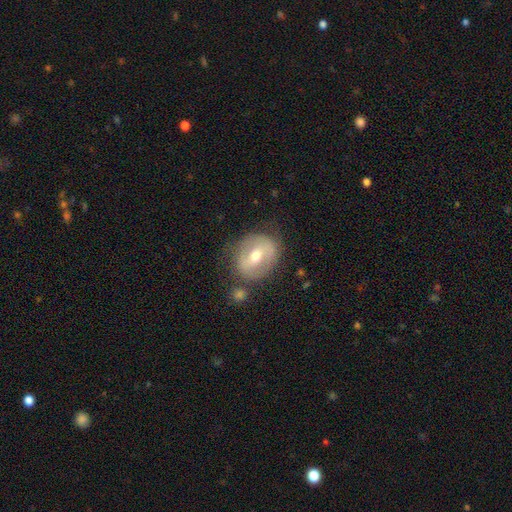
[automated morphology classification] This is possibly a featured or disk galaxy (60%). It is clearly not viewed edge-on (94%). Bar: marginally weak (40%). Spiral arm pattern: possibly no (57%). Central bulge: likely moderate (69%). Merging: likely none (70%).